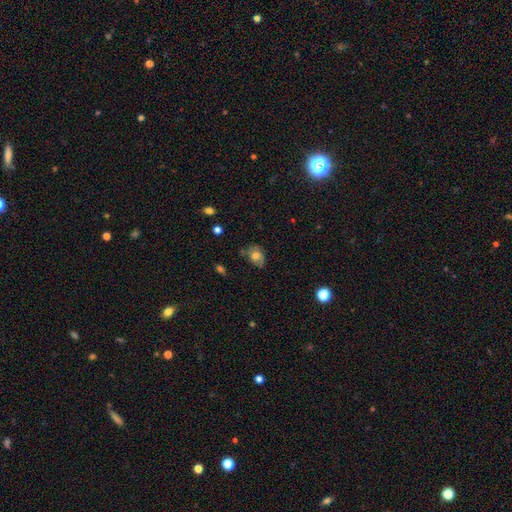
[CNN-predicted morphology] This is likely a smooth galaxy (66%). How rounded: possibly in between (60%). Merging: possibly none (55%).